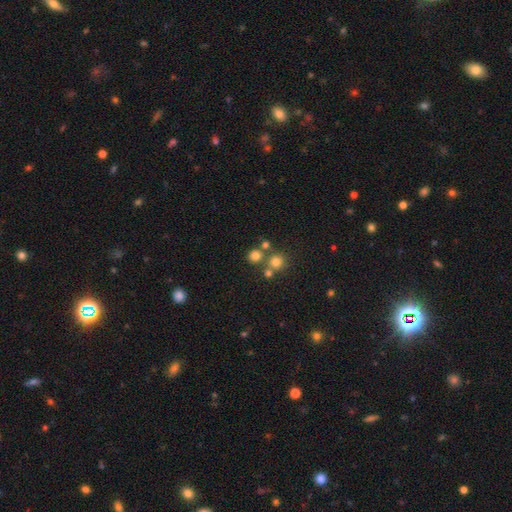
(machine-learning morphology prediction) smooth_or_featured: smooth (p=0.74) [alt: star or artifact p=0.17]
how_rounded: round (p=0.87) [alt: in between p=0.12]
merging: none (p=0.65) [alt: merger p=0.24]